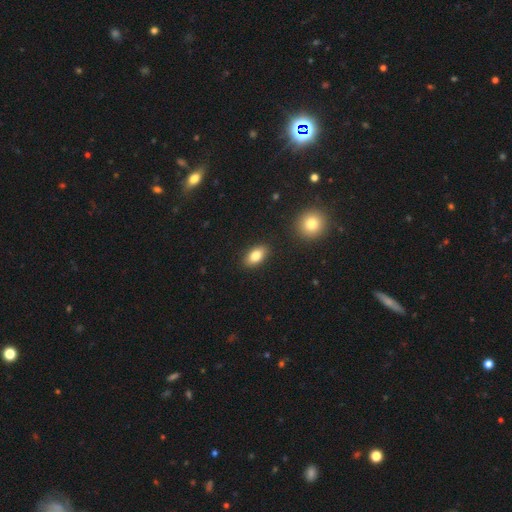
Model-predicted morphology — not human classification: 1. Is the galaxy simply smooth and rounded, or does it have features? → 82% smooth, 10% featured or disk, 8% star or artifact.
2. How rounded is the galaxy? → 90% in between, 6% round, 4% cigar-shaped.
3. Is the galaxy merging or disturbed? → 88% none, 8% minor disturbance, 2% major disturbance, 2% merger.